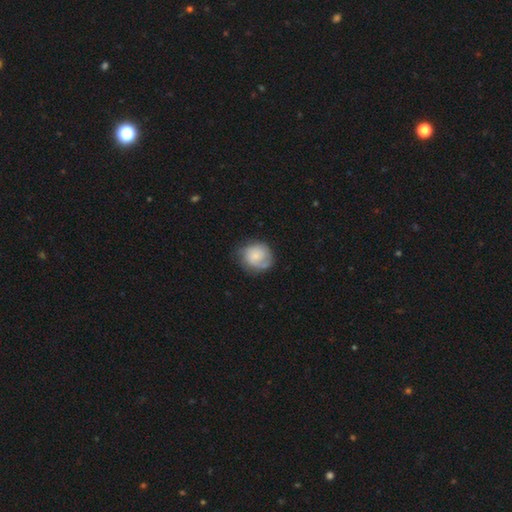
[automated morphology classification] A smooth galaxy with no disk features (57%) that is round (79%). Merging: none (62%).